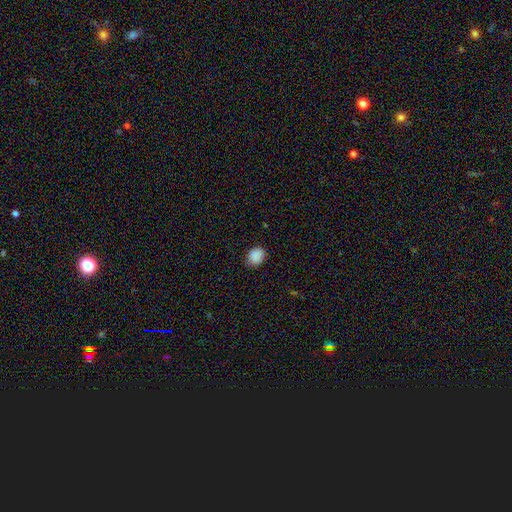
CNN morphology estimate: A smooth galaxy with no disk features (88%) that is round (56%).

Vote fractions:
- Smooth or featured? smooth: 88% / star or artifact: 9% / featured or disk: 3%
- How rounded? round: 56% / in between: 43% / cigar-shaped: 1%
- Merging? none: 80% / minor disturbance: 16% / major disturbance: 3% / merger: 1%